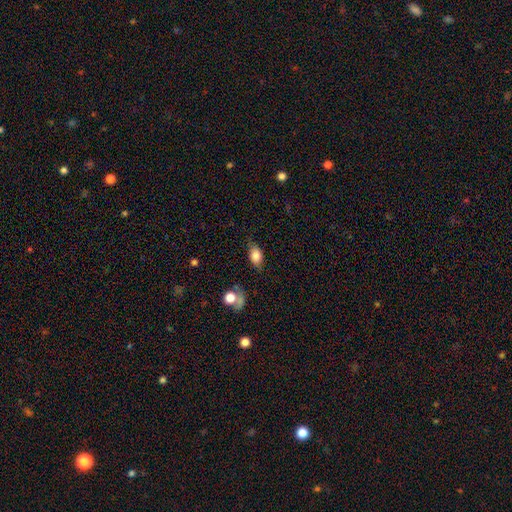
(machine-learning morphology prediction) This appears to be a smooth galaxy with no disk features (80%) that is in between round and cigar-shaped (84%). Merging: none (68%).